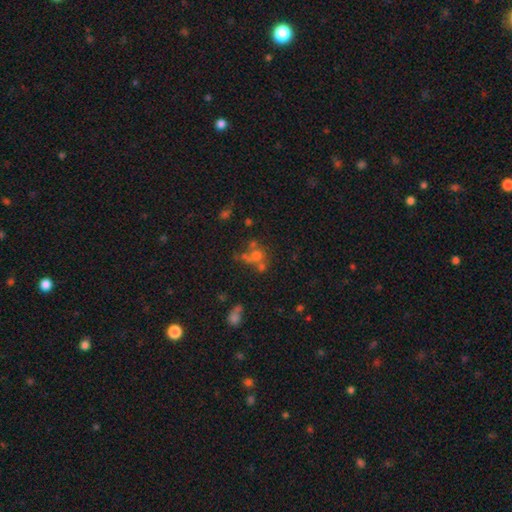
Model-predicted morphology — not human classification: This appears to be a smooth galaxy with no disk features (53%) that is round (79%). Merging: none (43%).